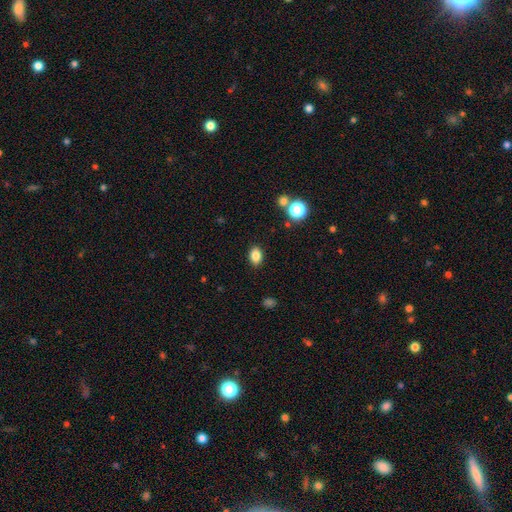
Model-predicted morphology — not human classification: Overall: smooth (84%). How rounded: in between (76%). Merging: none (87%).